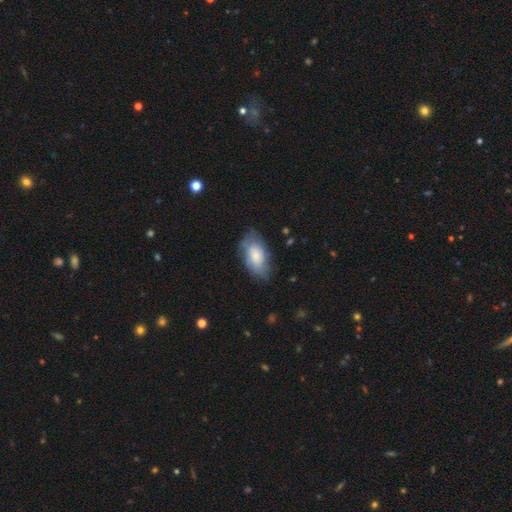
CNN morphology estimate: The model was most divided on "merging": none: 66%, minor disturbance: 24%, major disturbance: 8%, merger: 2%. More confident: how rounded — in between (93%); smooth or featured — smooth (71%).